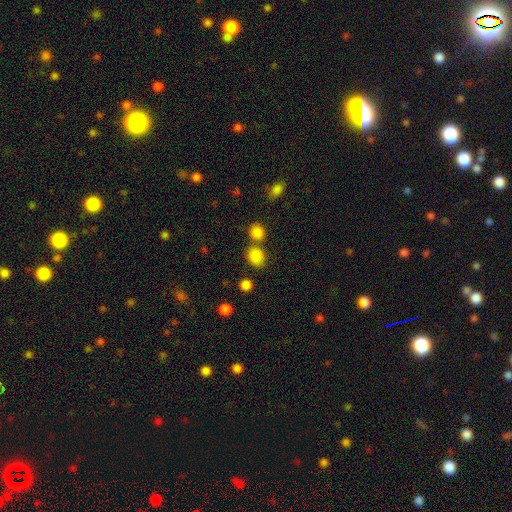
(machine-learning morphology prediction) This appears to be a smooth galaxy with no disk features (84%) that is round (65%). Merging: none (62%).